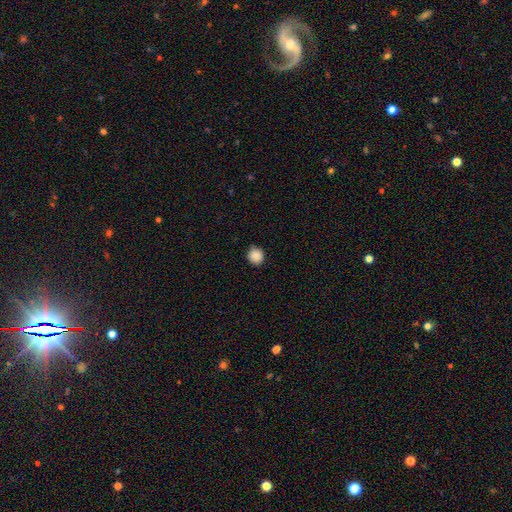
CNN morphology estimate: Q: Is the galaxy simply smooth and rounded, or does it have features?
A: smooth — 88%.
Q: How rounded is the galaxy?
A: round — 90%.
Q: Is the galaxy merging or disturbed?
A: none — 86%.